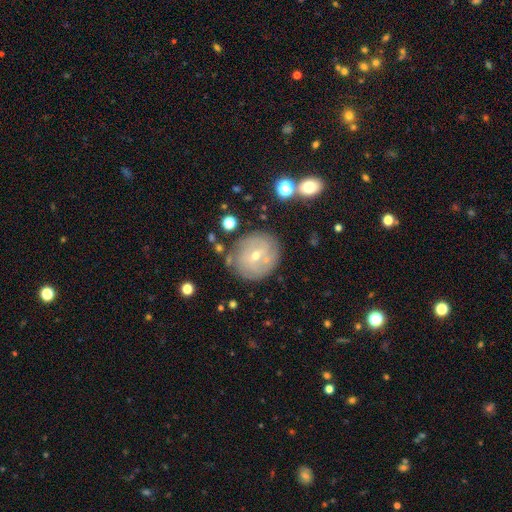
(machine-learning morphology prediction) A featured or disk galaxy (64%) with no bar (46%), spiral arms (78%) and a small central bulge (61%). Merging: none (77%).